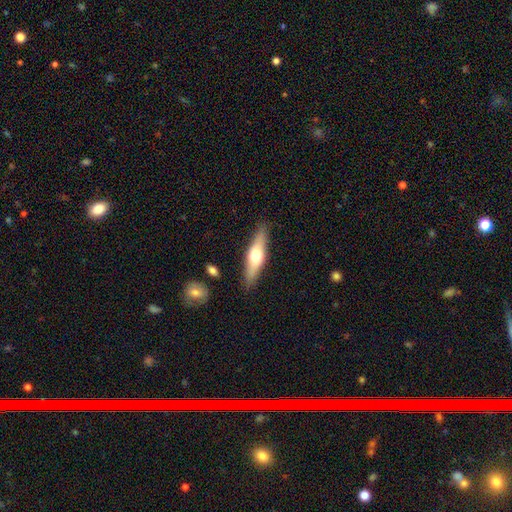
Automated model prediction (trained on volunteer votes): Smooth or featured? featured or disk (48%)
Merging? none (85%)